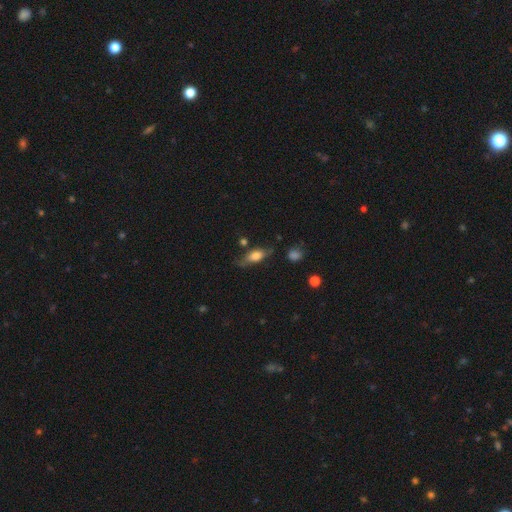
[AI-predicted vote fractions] Smooth or featured: smooth — 64% (featured or disk — 28%)
How rounded: in between — 73% (cigar-shaped — 21%)
Merging: none — 61% (minor disturbance — 26%)